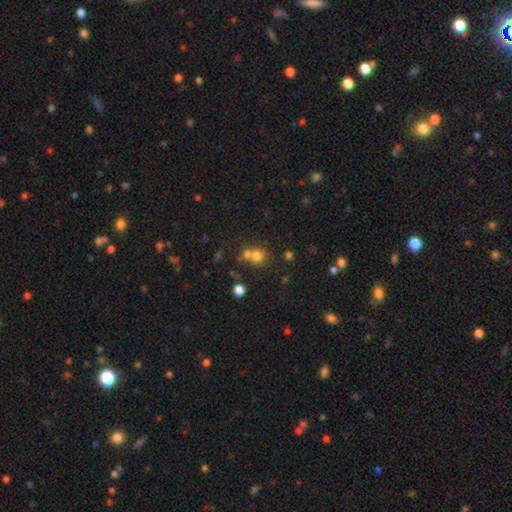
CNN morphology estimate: type=smooth (72%); roundness=round (81%); merging=none (44%).